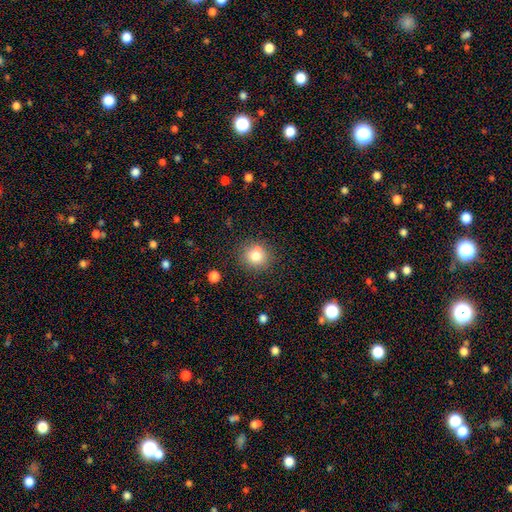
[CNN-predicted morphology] This is likely a smooth galaxy (79%). How rounded: clearly round (88%). Merging: likely none (79%).